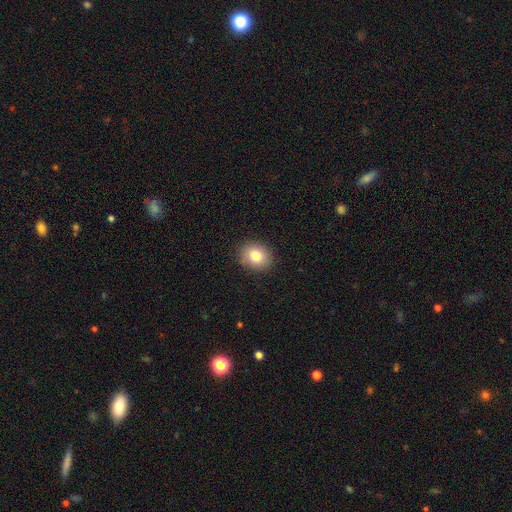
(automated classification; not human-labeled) This appears to be a smooth galaxy with no disk features (81%) that is round (61%). Merging: none (89%).